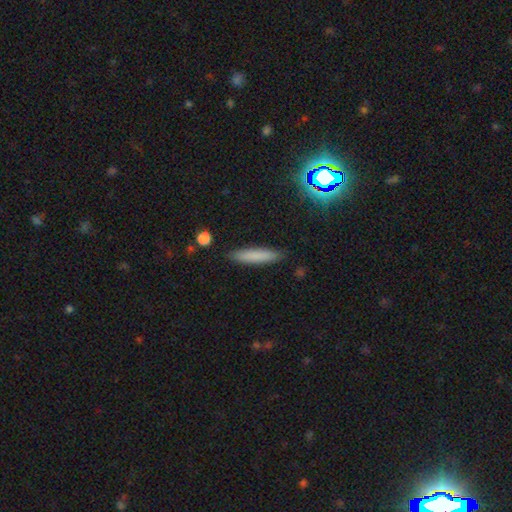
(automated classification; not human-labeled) This is likely a smooth galaxy (77%). How rounded: clearly cigar-shaped (88%). Merging: clearly none (88%).